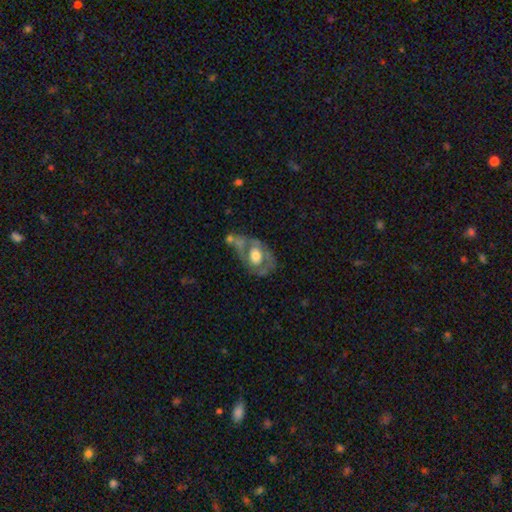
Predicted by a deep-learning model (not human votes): Overall: featured or disk (60%; smooth 34%). Edge-on disk: no (93%). Bar: no (77%). Spiral arms: no (68%; yes 32%). Bulge size: moderate (52%; large 38%). Merging: none (42%; minor disturbance 25%).